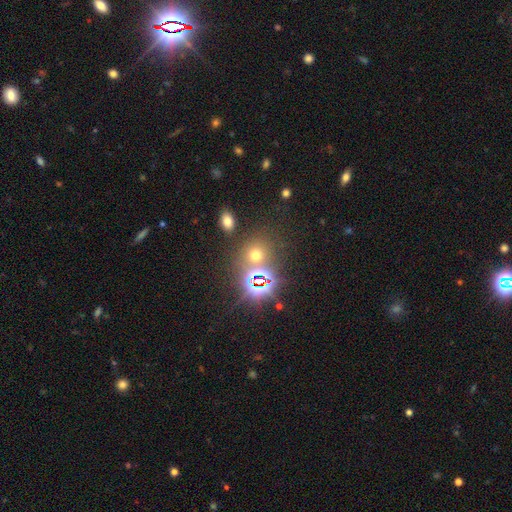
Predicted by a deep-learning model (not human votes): smooth-or-featured: smooth: 48% | star or artifact: 44% | featured or disk: 8%
  merging: none: 72% | merger: 14% | minor disturbance: 9% | major disturbance: 5%